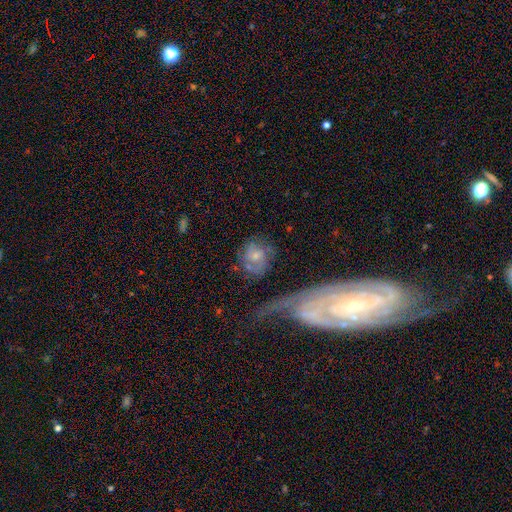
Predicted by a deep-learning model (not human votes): Smooth or featured? Predicted: featured or disk (p=0.64). Edge-on disk? Predicted: no (p=0.97). Bar? Predicted: no (p=0.60). Spiral arms? Predicted: yes (p=0.87). Spiral winding? Predicted: tight (p=0.43). Spiral arm count? Predicted: 2 (p=0.45). Bulge size? Predicted: small (p=0.53). Merging? Predicted: none (p=0.57).